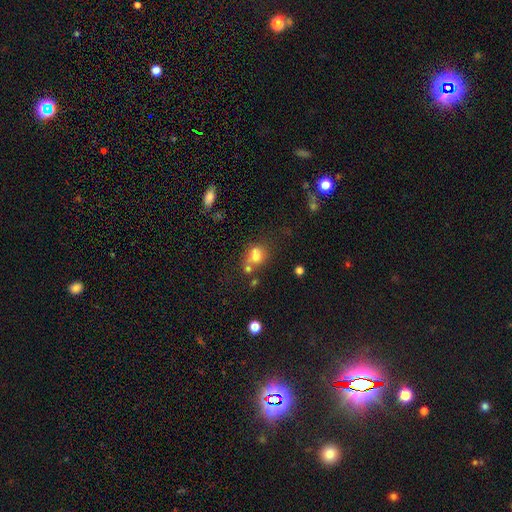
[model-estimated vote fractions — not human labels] This is likely a smooth galaxy (66%). How rounded: likely round (61%). Merging: marginally merger (42%).